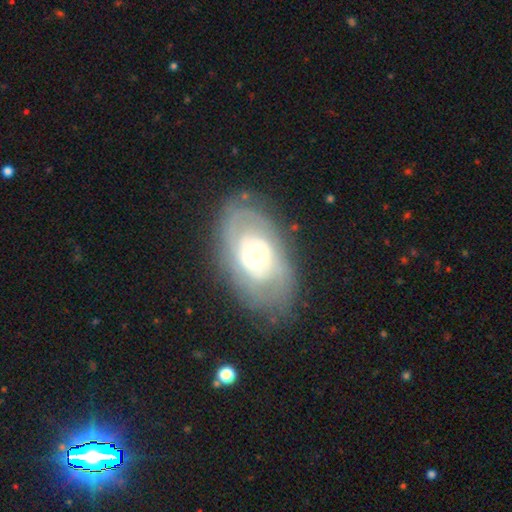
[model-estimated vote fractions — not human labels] The model was most divided on "bar": no: 53%, weak: 34%, strong: 13%. More confident: edge-on disk — no (93%); merging — none (75%); smooth or featured — featured or disk (73%); spiral arms — yes (66%); bulge size — moderate (60%).